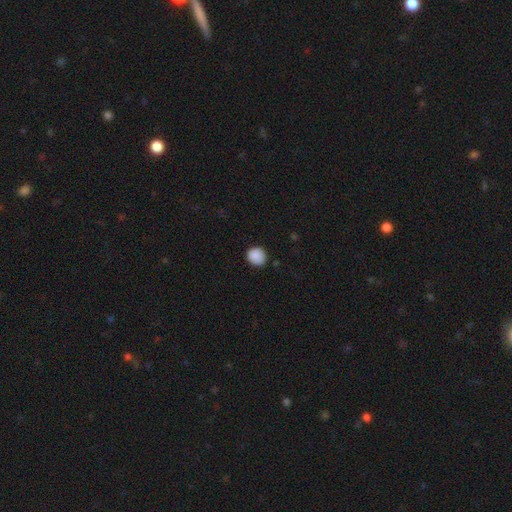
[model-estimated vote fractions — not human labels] Q: Smooth or featured?
A: smooth (88%); runner-up: star or artifact (9%)
Q: How rounded?
A: round (86%); runner-up: in between (13%)
Q: Merging?
A: none (84%); runner-up: minor disturbance (12%)